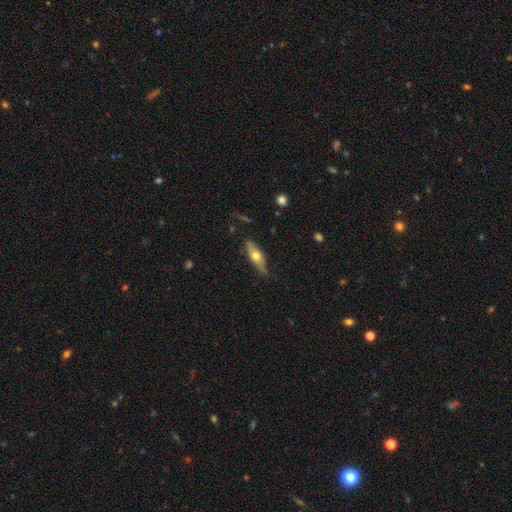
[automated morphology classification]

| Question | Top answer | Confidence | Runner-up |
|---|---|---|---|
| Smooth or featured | smooth | 53% | featured or disk (41%) |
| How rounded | in between | 49% | cigar-shaped (48%) |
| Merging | none | 79% | minor disturbance (17%) |